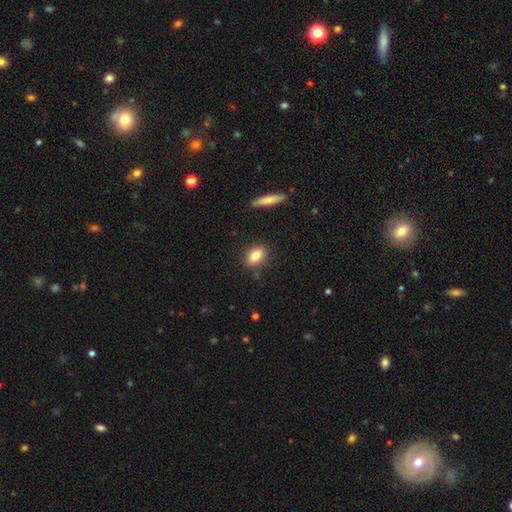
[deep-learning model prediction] Smooth or featured? smooth (83%)
How rounded? in between (73%)
Merging? none (86%)